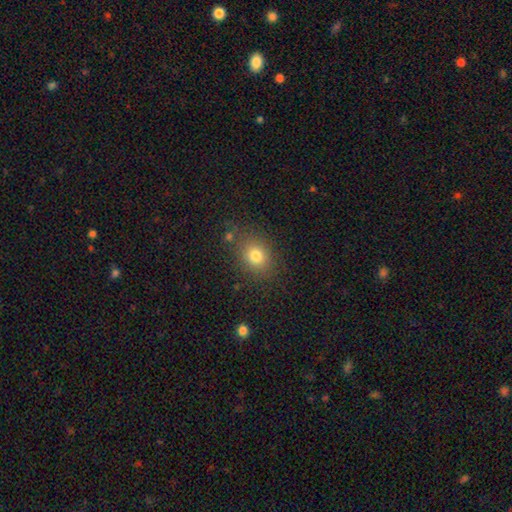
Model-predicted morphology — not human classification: smooth-or-featured: smooth: 79% | star or artifact: 13% | featured or disk: 8%
  how-rounded: round: 58% | in between: 41% | cigar-shaped: 1%
  merging: none: 82% | minor disturbance: 11% | major disturbance: 4% | merger: 3%